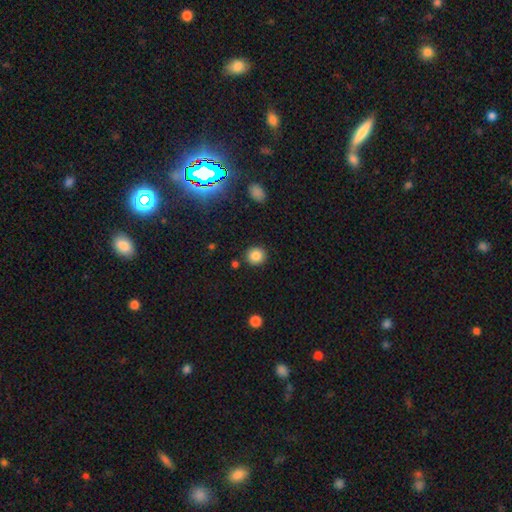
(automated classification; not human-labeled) Smooth or featured? Predicted: smooth (p=0.84). How rounded? Predicted: round (p=0.92). Merging? Predicted: none (p=0.89).